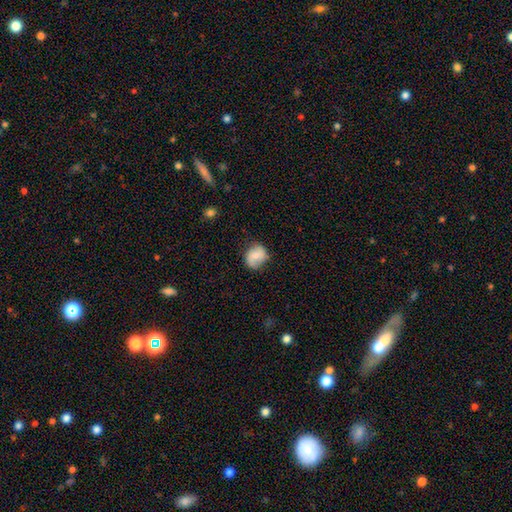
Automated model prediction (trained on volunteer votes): Q: Smooth or featured?
A: smooth (68%); runner-up: featured or disk (25%)
Q: How rounded?
A: round (60%); runner-up: in between (39%)
Q: Merging?
A: none (67%); runner-up: minor disturbance (25%)